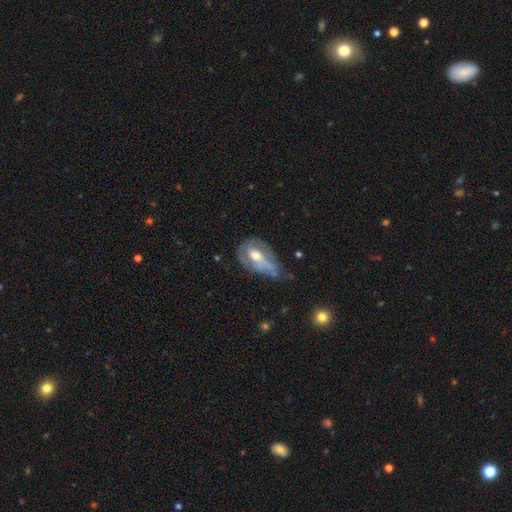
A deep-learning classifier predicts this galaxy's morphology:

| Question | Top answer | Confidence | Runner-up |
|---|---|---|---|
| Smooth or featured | featured or disk | 56% | smooth (35%) |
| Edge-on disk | no | 89% | yes (11%) |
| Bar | no | 60% | weak (28%) |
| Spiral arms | no | 58% | yes (42%) |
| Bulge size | moderate | 67% | small (25%) |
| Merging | major disturbance | 35% | minor disturbance (34%) |